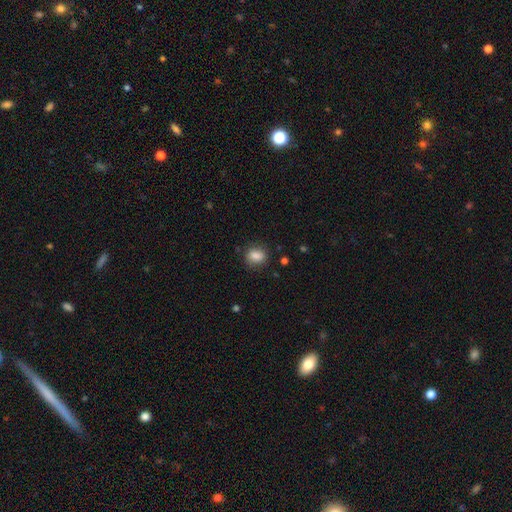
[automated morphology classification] This appears to be a smooth galaxy with no disk features (85%) that is in between round and cigar-shaped (54%). Merging: none (80%).